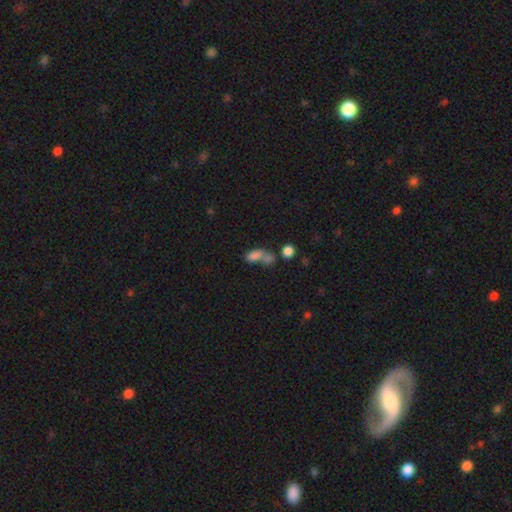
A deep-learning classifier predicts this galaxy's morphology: smooth 76%, star or artifact 12%, featured or disk 12%. Down the decision tree: how rounded — in between (81%); merging — merger (56%).